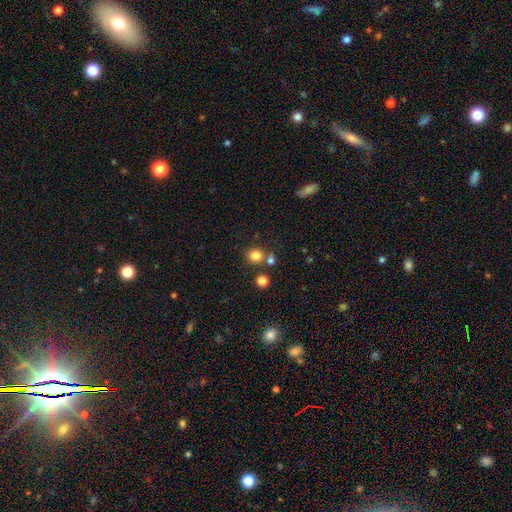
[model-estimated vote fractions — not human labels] smooth_or_featured: smooth (p=0.81) [alt: star or artifact p=0.13]
how_rounded: round (p=0.89) [alt: in between p=0.10]
merging: none (p=0.71) [alt: merger p=0.17]